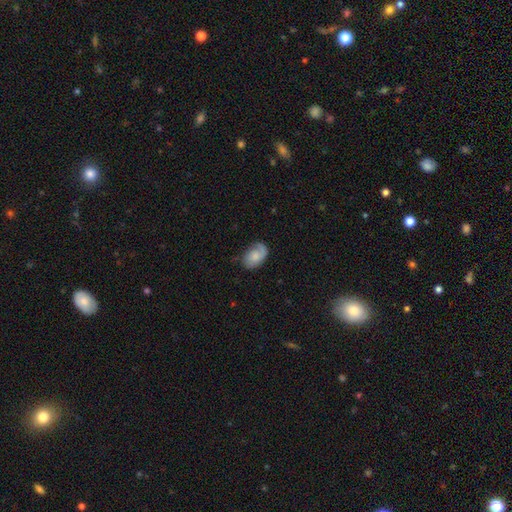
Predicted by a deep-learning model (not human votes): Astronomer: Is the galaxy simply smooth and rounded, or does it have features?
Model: smooth — 52% (runner-up: featured or disk, 41%).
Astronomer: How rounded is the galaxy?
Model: in between — 86%.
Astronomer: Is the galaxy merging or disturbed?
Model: none — 60%.